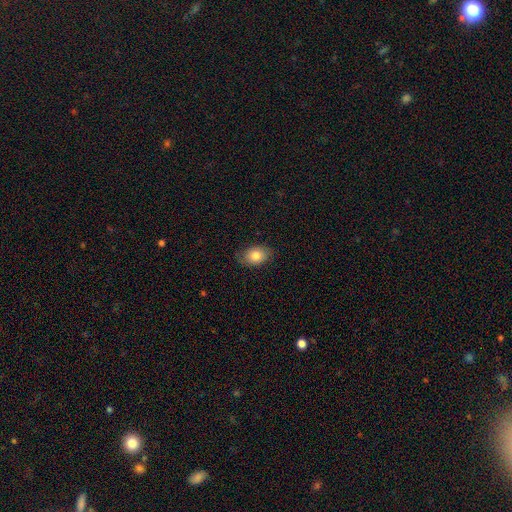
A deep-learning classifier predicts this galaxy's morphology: Smooth or featured? Predicted: smooth (p=0.81). How rounded? Predicted: in between (p=0.79). Merging? Predicted: none (p=0.79).